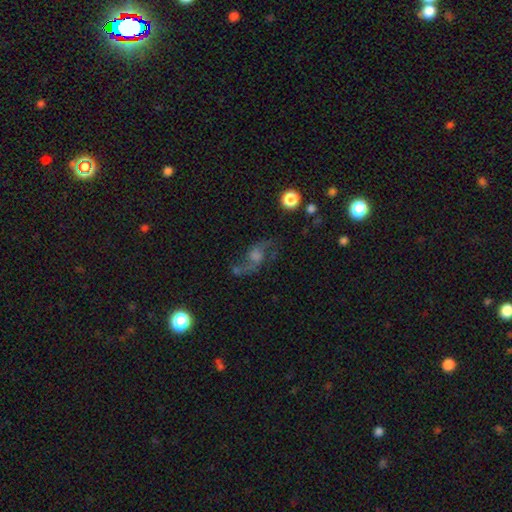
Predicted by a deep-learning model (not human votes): featured or disk 64%, smooth 20%, star or artifact 17%. Down the decision tree: edge-on disk — no (93%); bar — no (60%); spiral arms — yes (87%); spiral arm count — 2 (87%); spiral winding — loose (74%); bulge size — moderate (35%); merging — none (57%).